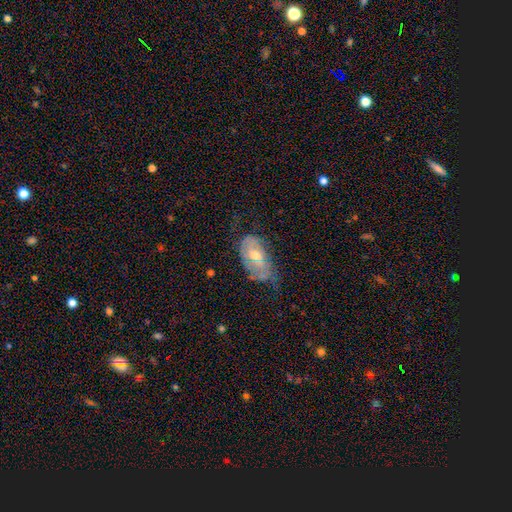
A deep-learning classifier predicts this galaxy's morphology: This is possibly a featured or disk galaxy (56%). It is clearly not viewed edge-on (92%). Bar: likely no (66%). Spiral arm pattern: possibly yes (53%). Central bulge: likely moderate (67%). Merging: marginally none (37%).